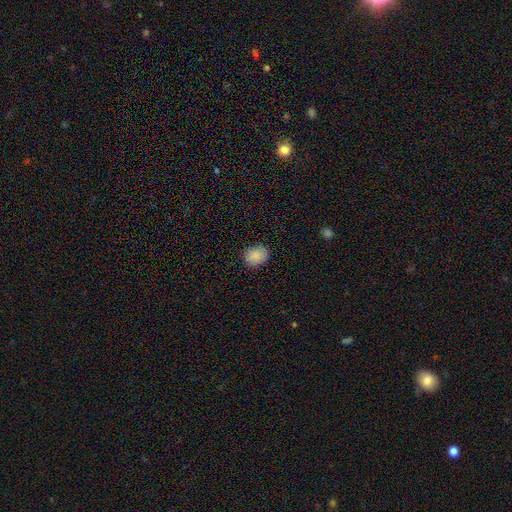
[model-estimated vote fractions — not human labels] A smooth galaxy with no disk features (88%) that is round (56%). Merging: none (87%).